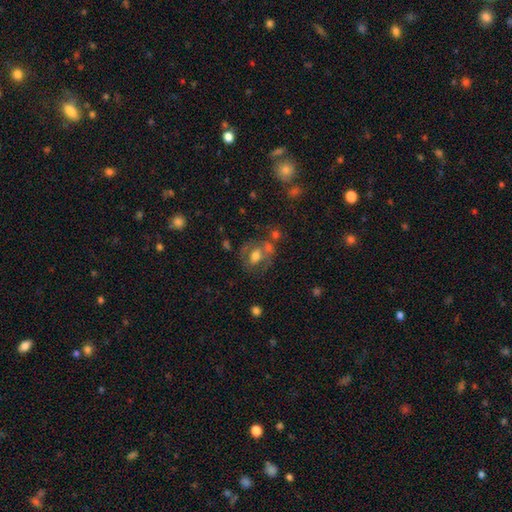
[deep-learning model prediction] A smooth galaxy with no disk features (49%). Merging: none (46%).